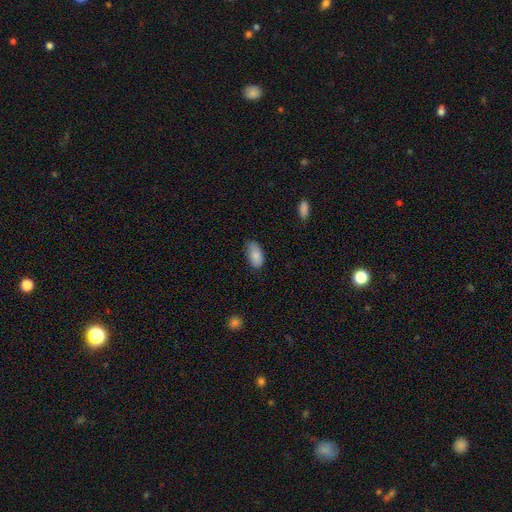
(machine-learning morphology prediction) smooth 85%, featured or disk 8%, star or artifact 7%. Down the decision tree: how rounded — in between (94%); merging — none (67%).